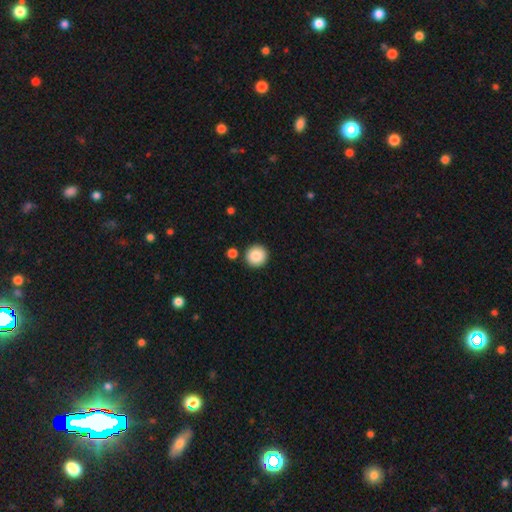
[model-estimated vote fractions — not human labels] This appears to be a smooth galaxy with no disk features (87%) that is round (95%). Merging: none (89%).